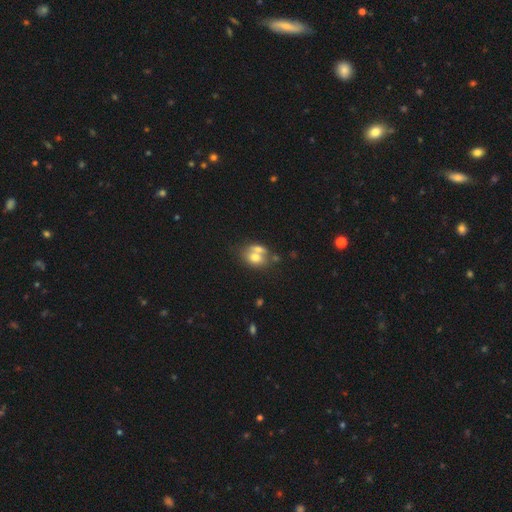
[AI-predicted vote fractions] This is likely a smooth galaxy (67%). How rounded: likely in between (61%). Merging: possibly merger (53%).